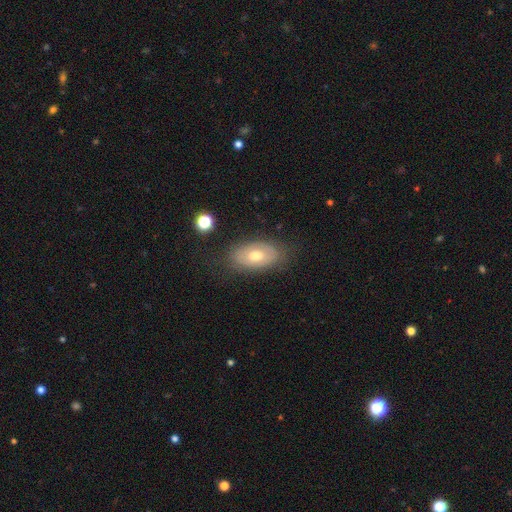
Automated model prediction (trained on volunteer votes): This is possibly a smooth galaxy (48%). Merging: likely none (75%).